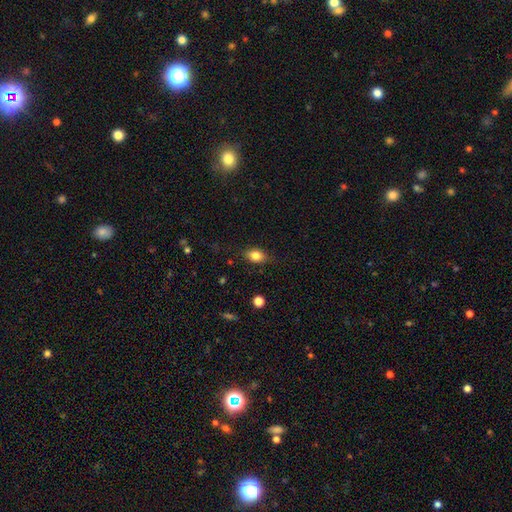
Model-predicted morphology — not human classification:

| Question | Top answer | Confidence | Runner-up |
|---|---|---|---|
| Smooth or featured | smooth | 81% | featured or disk (11%) |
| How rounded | in between | 77% | round (19%) |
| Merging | none | 79% | minor disturbance (16%) |